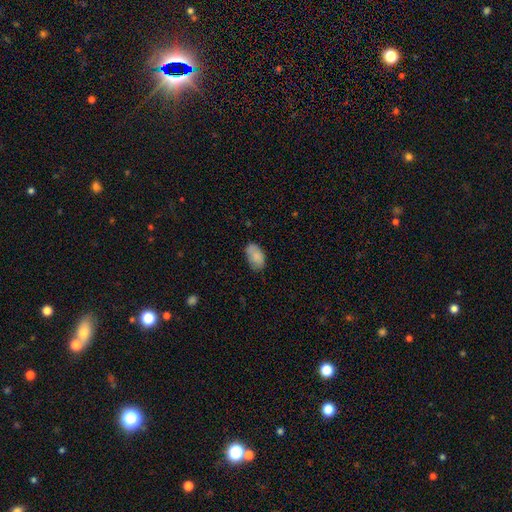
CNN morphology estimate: A smooth galaxy with no disk features (82%) that is in between round and cigar-shaped (93%).

Vote fractions:
- Smooth or featured? smooth: 82% / featured or disk: 10% / star or artifact: 7%
- How rounded? in between: 93% / round: 6% / cigar-shaped: 2%
- Merging? none: 67% / minor disturbance: 24% / major disturbance: 5% / merger: 3%